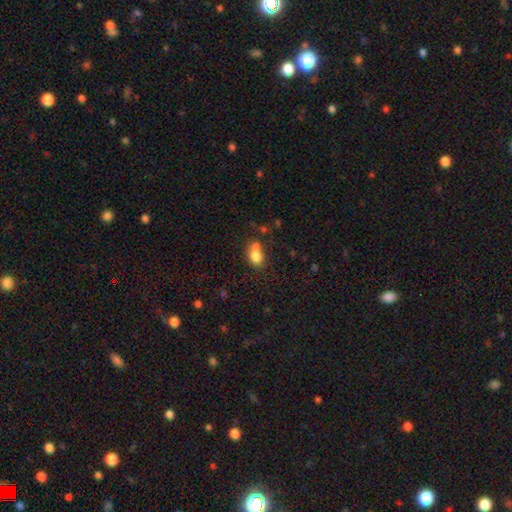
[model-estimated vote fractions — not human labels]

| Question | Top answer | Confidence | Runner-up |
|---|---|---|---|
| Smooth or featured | smooth | 79% | star or artifact (11%) |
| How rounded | in between | 63% | round (36%) |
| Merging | none | 43% | merger (36%) |